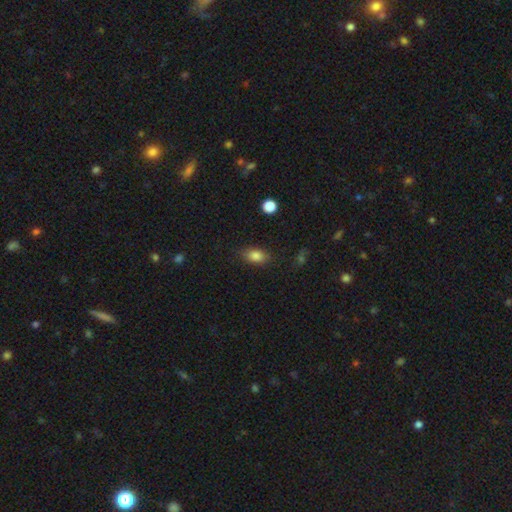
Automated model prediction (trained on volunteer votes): smooth_or_featured: smooth (p=0.83) [alt: star or artifact p=0.09]
how_rounded: in between (p=0.85) [alt: round p=0.12]
merging: none (p=0.82) [alt: minor disturbance p=0.13]